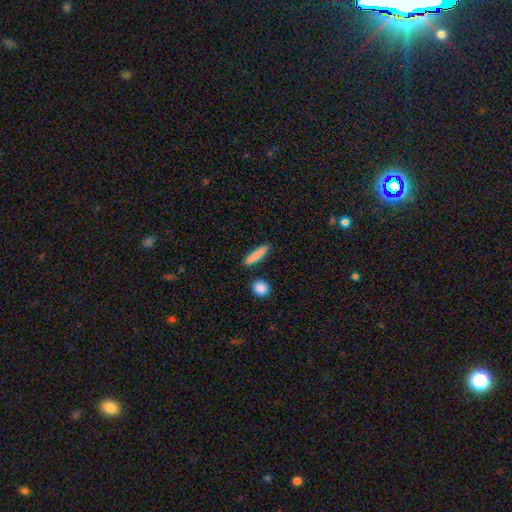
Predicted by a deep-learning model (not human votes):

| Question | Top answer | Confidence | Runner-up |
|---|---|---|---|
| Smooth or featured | smooth | 84% | featured or disk (10%) |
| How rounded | cigar-shaped | 84% | in between (13%) |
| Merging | none | 86% | minor disturbance (8%) |